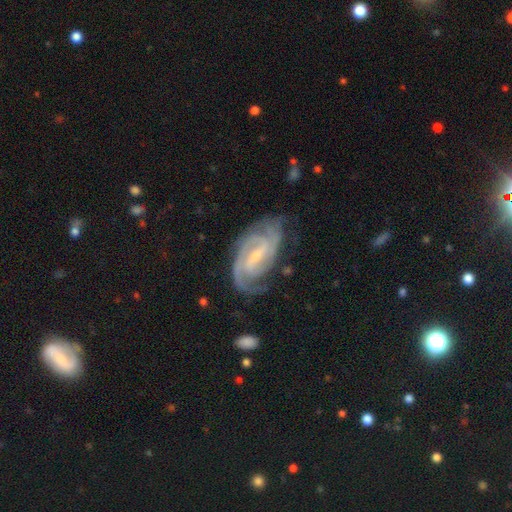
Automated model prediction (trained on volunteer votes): This appears to be a featured or disk galaxy (90%) with a weak bar (52%), 2 (54%) tight (55%) spiral arms (98%) and a small central bulge (63%). Merging: none (71%).